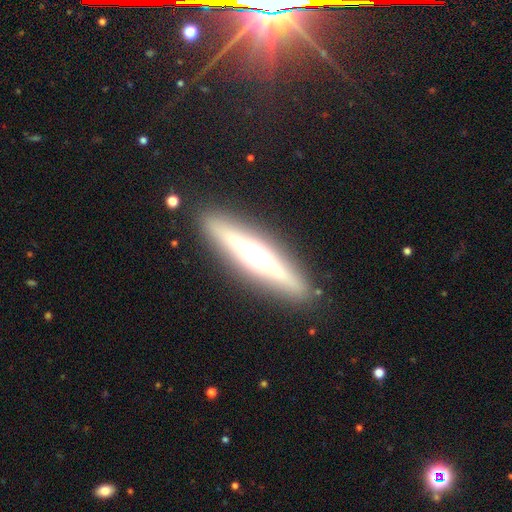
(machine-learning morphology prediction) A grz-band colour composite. It shows a featured or disk galaxy (70%) viewed edge-on (94%) with a rounded central bulge (89%). Merging: none (88%).